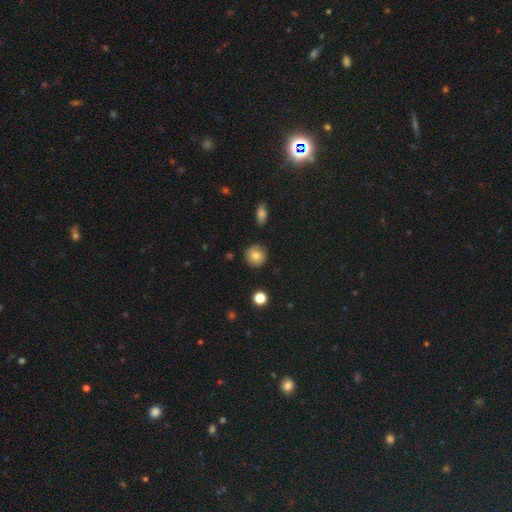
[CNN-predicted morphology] This appears to be a smooth galaxy with no disk features (74%) that is round (90%). Merging: none (82%).